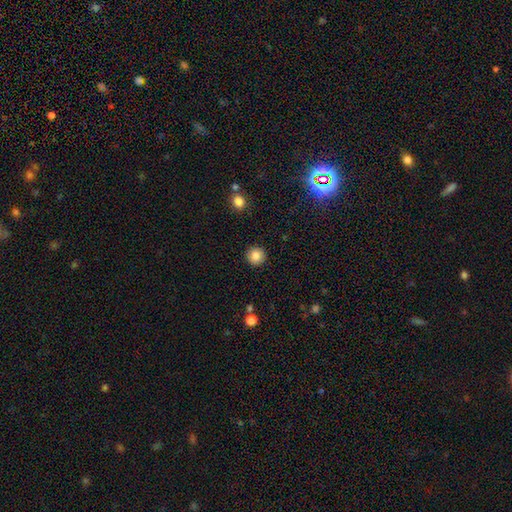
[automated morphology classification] Overall: smooth (84%). How rounded: round (95%). Merging: none (93%).